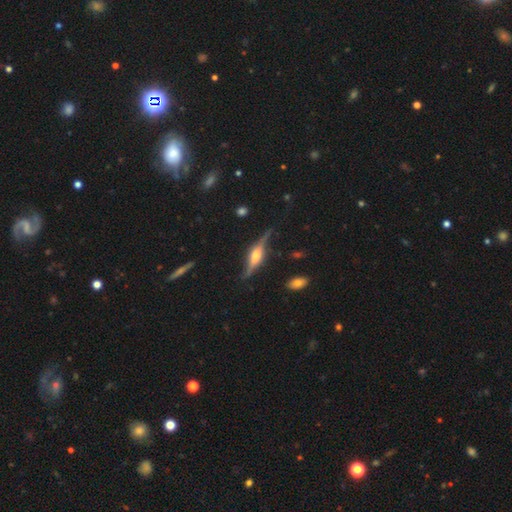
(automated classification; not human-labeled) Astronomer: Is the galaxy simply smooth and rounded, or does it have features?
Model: featured or disk — 81%.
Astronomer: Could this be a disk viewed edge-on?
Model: yes — 87%.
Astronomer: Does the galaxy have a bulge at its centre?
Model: rounded — 82%.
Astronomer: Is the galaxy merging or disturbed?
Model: none — 73%.